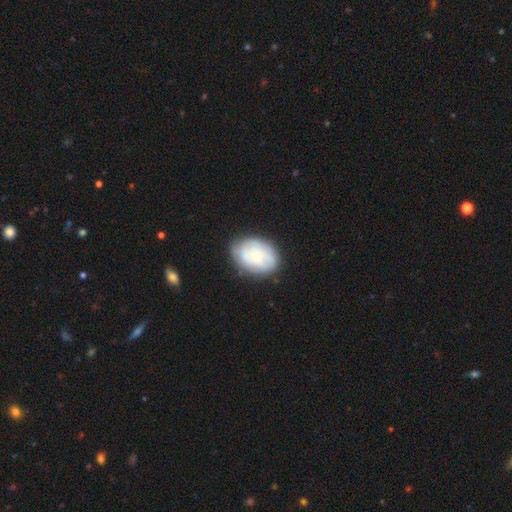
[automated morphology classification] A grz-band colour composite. It shows a smooth galaxy with no disk features (50%) that is in between round and cigar-shaped (73%). Merging: none (72%).